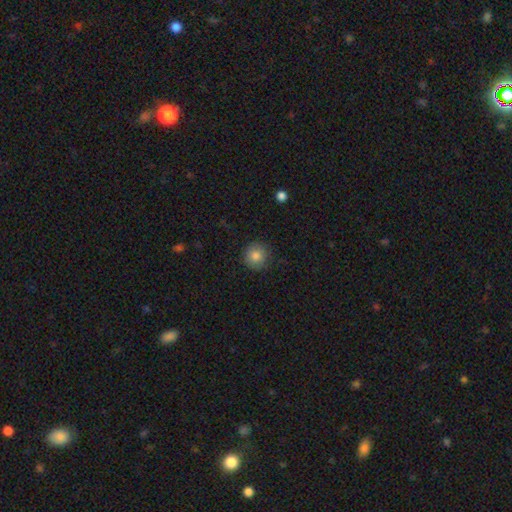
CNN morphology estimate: Q: Smooth or featured?
A: smooth (84%); runner-up: star or artifact (10%)
Q: How rounded?
A: round (93%); runner-up: in between (6%)
Q: Merging?
A: none (88%); runner-up: minor disturbance (9%)